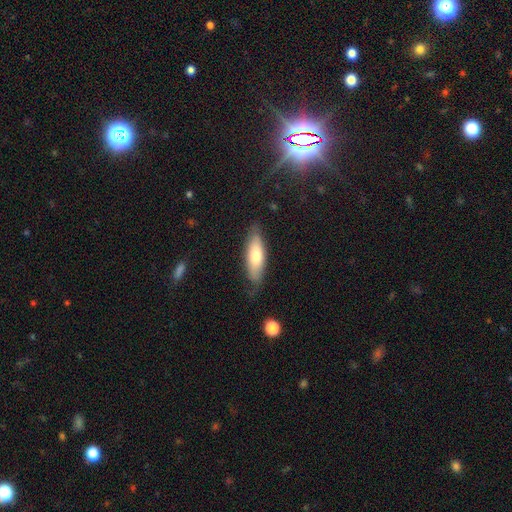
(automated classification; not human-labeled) This is likely a smooth galaxy (69%). How rounded: possibly in between (54%). Merging: likely none (75%).